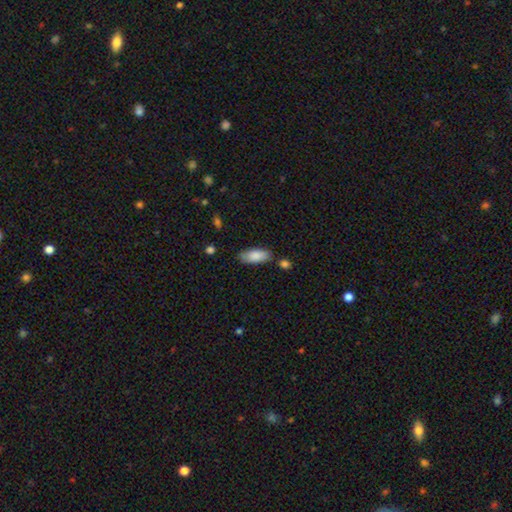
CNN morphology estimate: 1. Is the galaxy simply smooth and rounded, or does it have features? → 86% smooth, 8% featured or disk, 6% star or artifact.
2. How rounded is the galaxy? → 82% in between, 16% cigar-shaped, 2% round.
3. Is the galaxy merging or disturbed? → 75% none, 15% minor disturbance, 6% merger, 3% major disturbance.